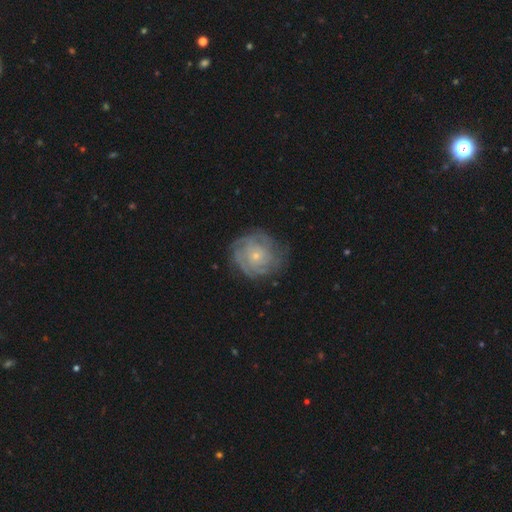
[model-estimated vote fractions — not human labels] A featured or disk galaxy (77%) with no bar (83%), tight (74%) spiral arms (92%) and a small central bulge (79%). Merging: none (75%).